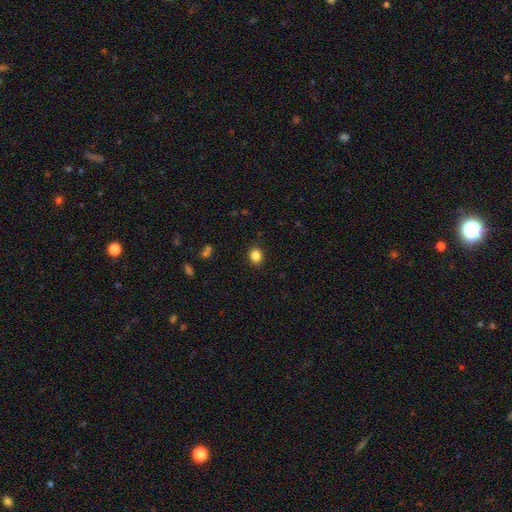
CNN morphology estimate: Q: Smooth or featured?
A: smooth (85%); runner-up: star or artifact (11%)
Q: How rounded?
A: round (54%); runner-up: in between (45%)
Q: Merging?
A: none (89%); runner-up: minor disturbance (7%)